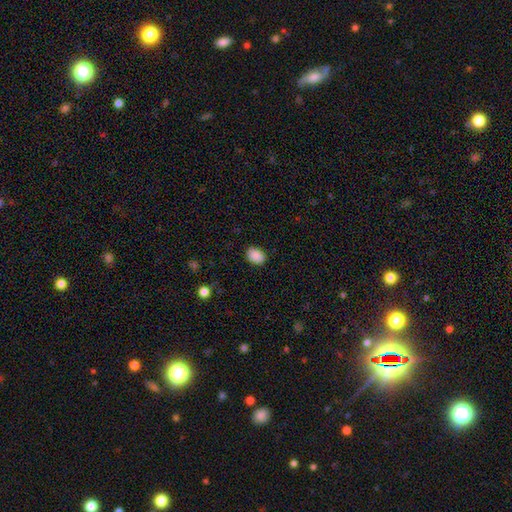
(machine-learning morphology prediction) Overall: smooth (89%). How rounded: in between (74%). Merging: none (87%).